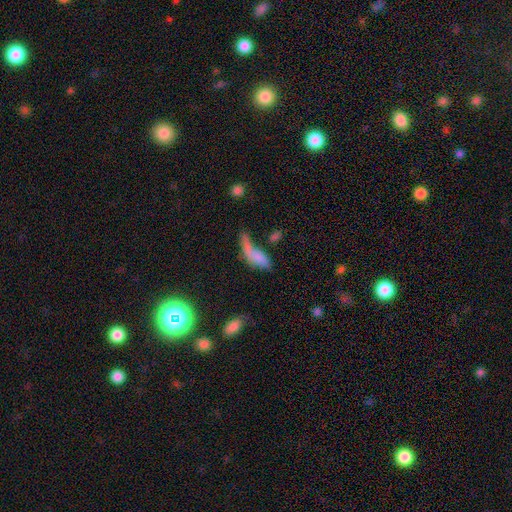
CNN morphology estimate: Q: Smooth or featured?
A: smooth (68%); runner-up: featured or disk (21%)
Q: How rounded?
A: in between (60%); runner-up: cigar-shaped (35%)
Q: Merging?
A: major disturbance (33%); runner-up: merger (26%)